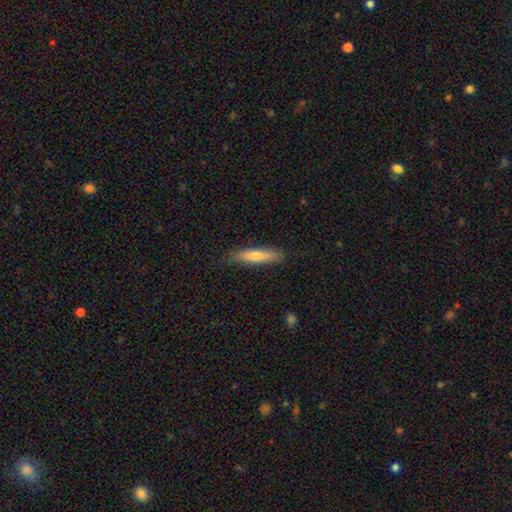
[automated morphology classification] The model was most divided on "smooth or featured": smooth: 73%, featured or disk: 22%, star or artifact: 6%. More confident: merging — none (86%); how rounded — cigar-shaped (84%).